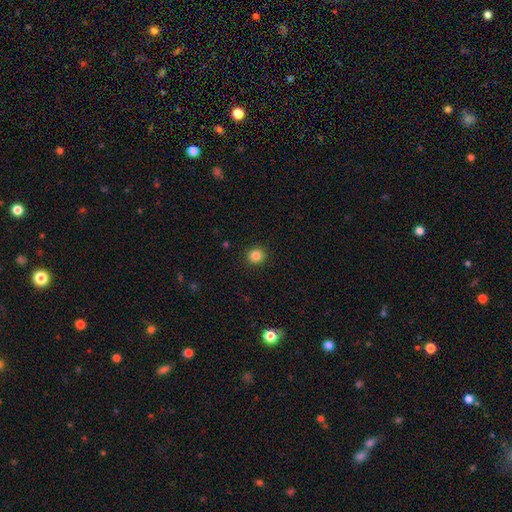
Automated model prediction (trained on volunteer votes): Morphology: type=smooth (85%); roundness=round (88%); merging=none (91%).